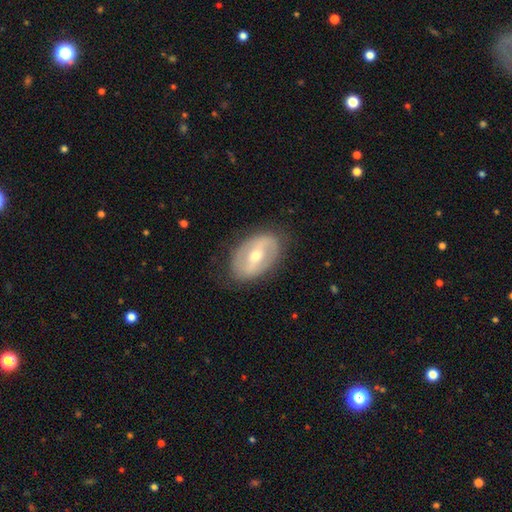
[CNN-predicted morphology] featured or disk 66%, smooth 28%, star or artifact 6%. Down the decision tree: edge-on disk — no (92%); bar — strong (46%); spiral arms — no (59%); bulge size — moderate (67%); merging — none (80%).